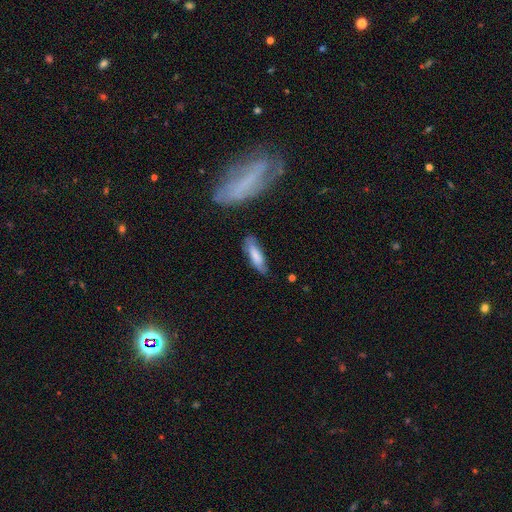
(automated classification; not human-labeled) This is likely a smooth galaxy (70%). How rounded: possibly cigar-shaped (57%). Merging: likely none (68%).